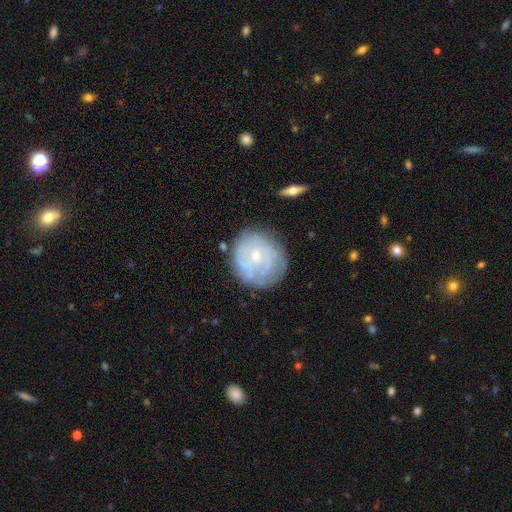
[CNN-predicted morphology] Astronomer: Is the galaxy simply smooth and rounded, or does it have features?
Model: featured or disk — 67%.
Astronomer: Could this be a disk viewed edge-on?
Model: no — 97%.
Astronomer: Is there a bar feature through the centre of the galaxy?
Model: no — 76%.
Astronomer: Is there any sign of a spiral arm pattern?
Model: yes — 73%.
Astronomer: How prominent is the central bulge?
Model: small — 75%.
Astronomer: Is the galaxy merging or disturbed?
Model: none — 70%.